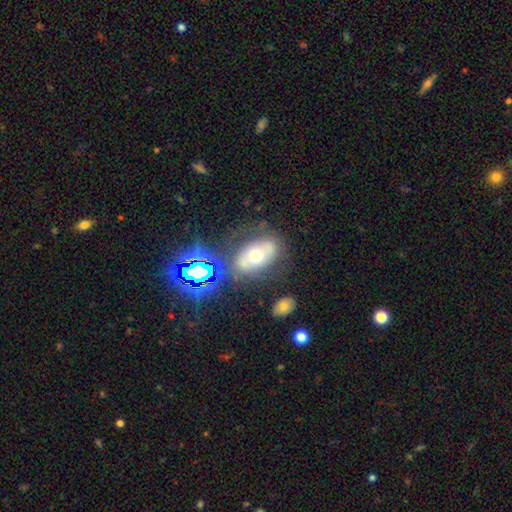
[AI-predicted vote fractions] smooth-or-featured: smooth: 47% | featured or disk: 38% | star or artifact: 16%
  merging: none: 68% | minor disturbance: 16% | major disturbance: 10% | merger: 7%